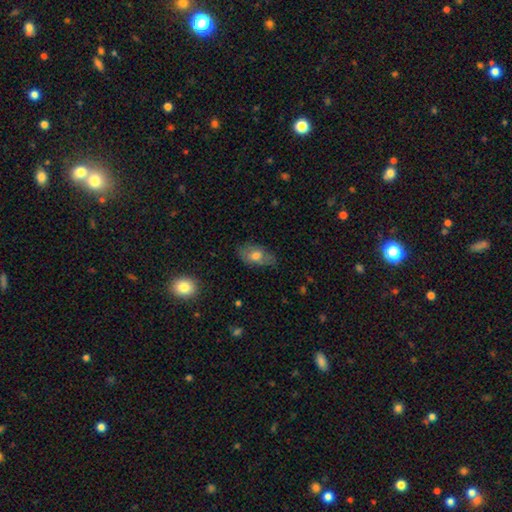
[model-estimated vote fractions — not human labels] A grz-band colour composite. It shows a smooth galaxy with no disk features (64%) that is in between round and cigar-shaped (88%). Merging: none (71%).